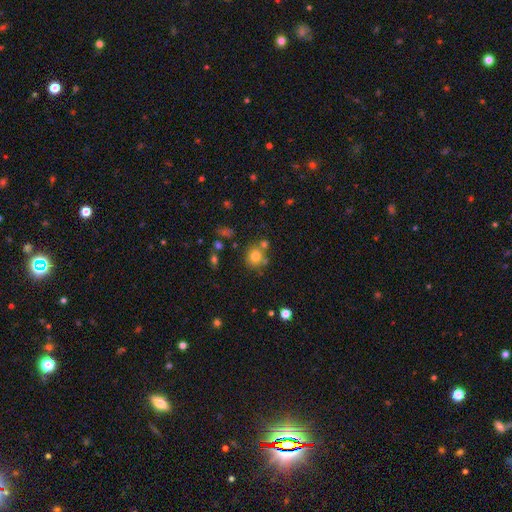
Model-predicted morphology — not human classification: A smooth galaxy with no disk features (76%) that is round (85%). Merging: none (65%).